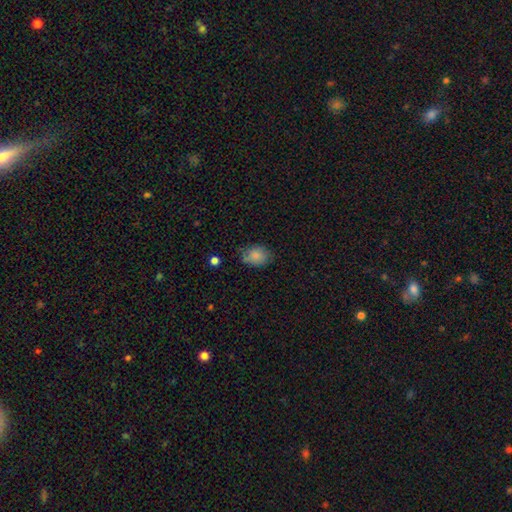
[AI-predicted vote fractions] Smooth or featured: smooth — 83% (star or artifact — 9%)
How rounded: in between — 62% (round — 37%)
Merging: none — 65% (minor disturbance — 26%)